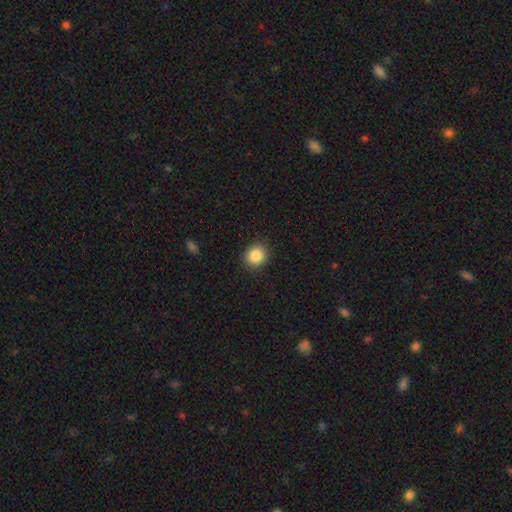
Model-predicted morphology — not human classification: Smooth or featured?
  - smooth: 86% *
  - star or artifact: 10%
  - featured or disk: 5%
How rounded?
  - round: 83% *
  - in between: 16%
  - cigar-shaped: 1%
Merging?
  - none: 90% *
  - minor disturbance: 7%
  - major disturbance: 2%
  - merger: 1%